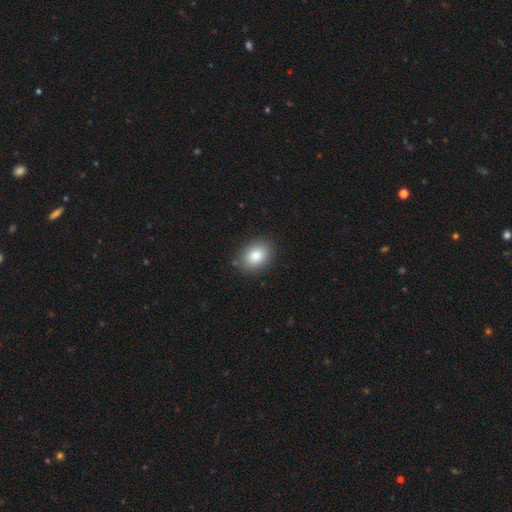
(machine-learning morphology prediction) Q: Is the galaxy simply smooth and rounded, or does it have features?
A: smooth — 85%.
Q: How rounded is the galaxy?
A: in between — 75%.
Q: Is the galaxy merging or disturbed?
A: none — 85%.